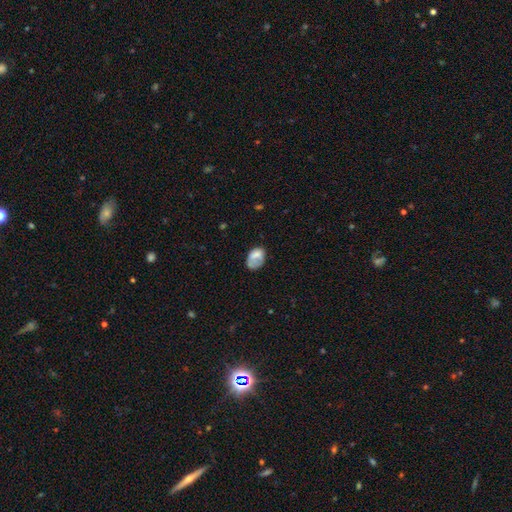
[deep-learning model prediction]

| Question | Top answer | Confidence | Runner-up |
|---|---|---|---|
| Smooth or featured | smooth | 69% | featured or disk (22%) |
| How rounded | in between | 81% | round (18%) |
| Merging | none | 42% | minor disturbance (31%) |